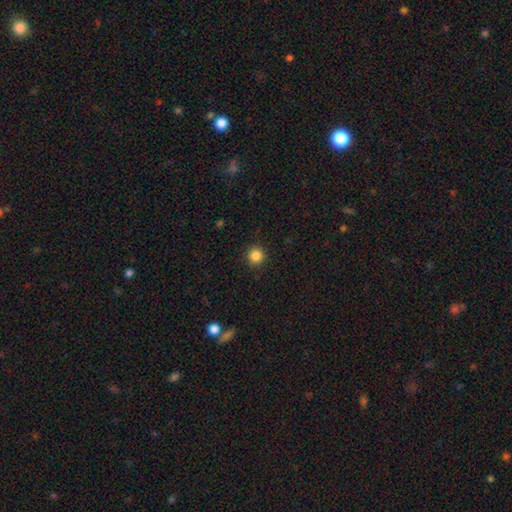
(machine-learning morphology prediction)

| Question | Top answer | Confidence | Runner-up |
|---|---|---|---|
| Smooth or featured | smooth | 85% | star or artifact (11%) |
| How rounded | round | 95% | in between (4%) |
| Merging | none | 92% | minor disturbance (5%) |